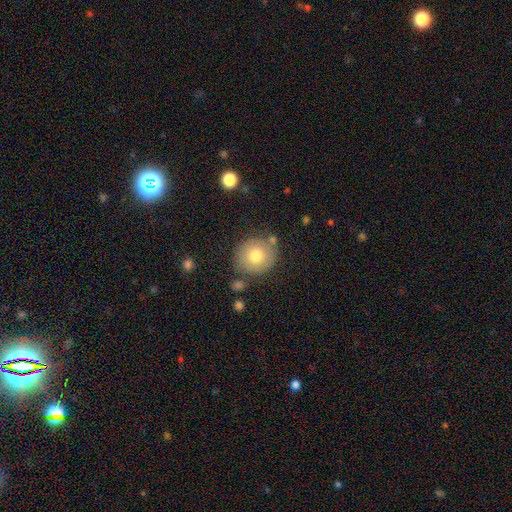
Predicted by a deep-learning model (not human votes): A smooth galaxy with no disk features (73%) that is round (86%). Merging: none (76%).